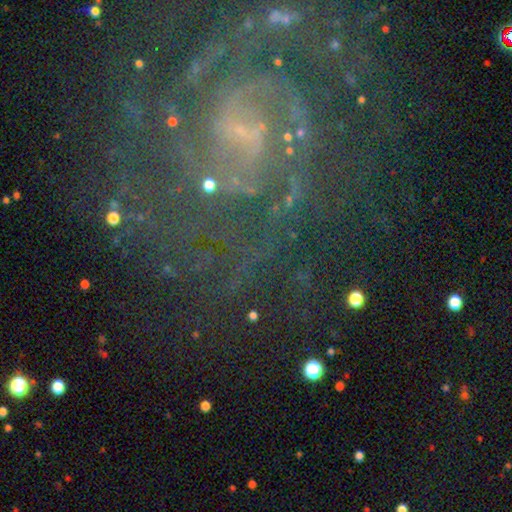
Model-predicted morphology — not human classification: type=featured or disk (64%); edge-on=no (97%); bar=no (40%); spiral arms=yes (84%); winding=tight (48%); arm count=2 (31%); bulge=small (65%); merging=none (66%).